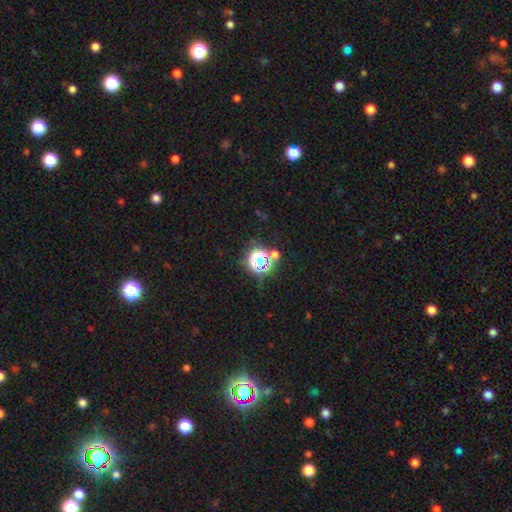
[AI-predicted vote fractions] Smooth or featured? star or artifact (58%)